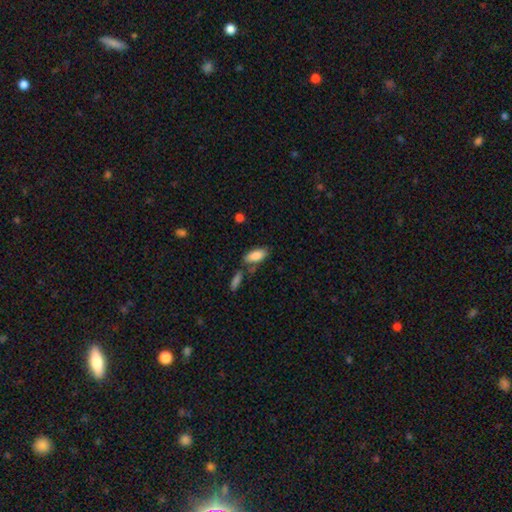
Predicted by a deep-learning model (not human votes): This is clearly a smooth galaxy (85%). How rounded: clearly in between (87%). Merging: likely none (69%).